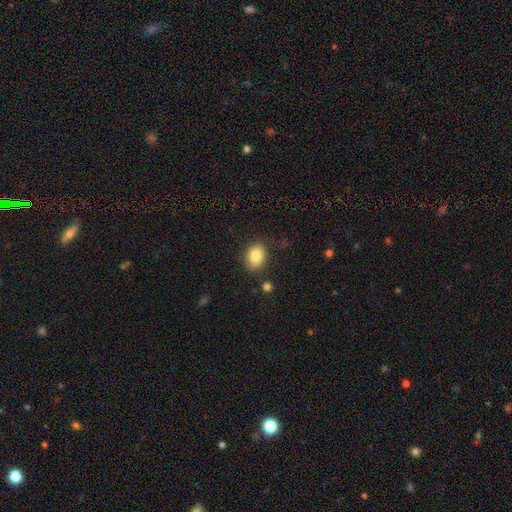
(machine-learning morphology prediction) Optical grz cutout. It shows a smooth galaxy with no disk features (84%) that is in between round and cigar-shaped (62%). Merging: none (84%).